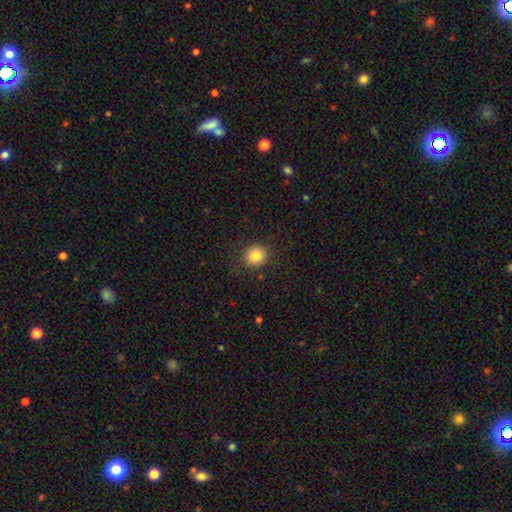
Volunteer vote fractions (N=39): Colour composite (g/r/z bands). It shows a smooth galaxy with no disk features (90%) that is round (91%). Merging: none (97%).